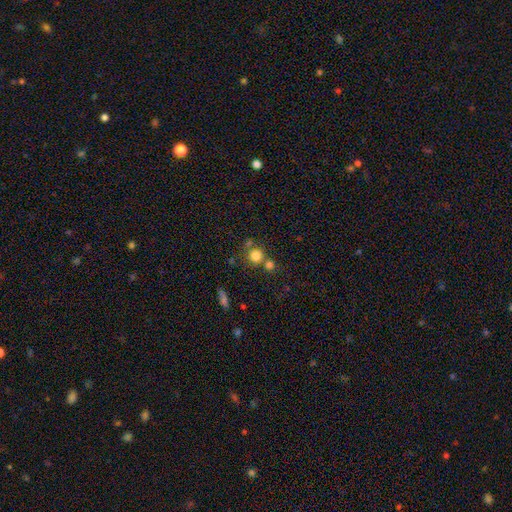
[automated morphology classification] This appears to be a smooth galaxy with no disk features (80%) that is round (91%). Merging: none (60%).